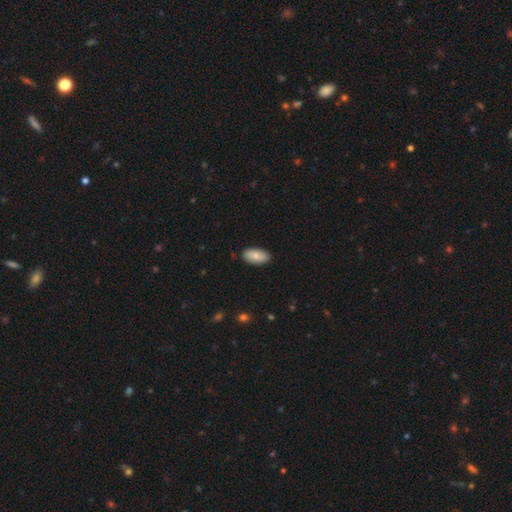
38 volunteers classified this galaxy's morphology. Smooth or featured: smooth — 79% (featured or disk — 13%)
How rounded: in between — 97% (round — 3%)
Merging: none — 77% (minor disturbance — 17%)